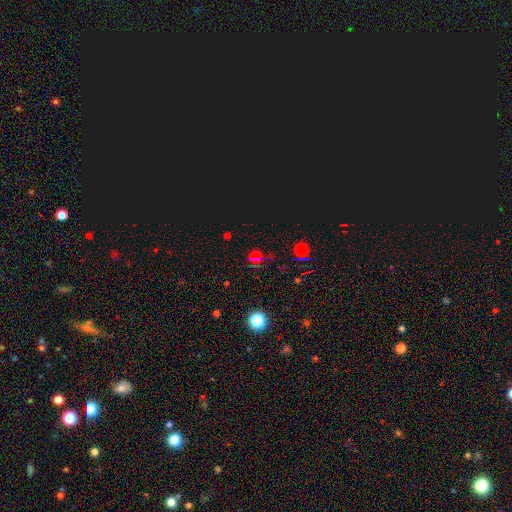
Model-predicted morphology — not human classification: This appears to be a star or artifact, not a galaxy (67%).